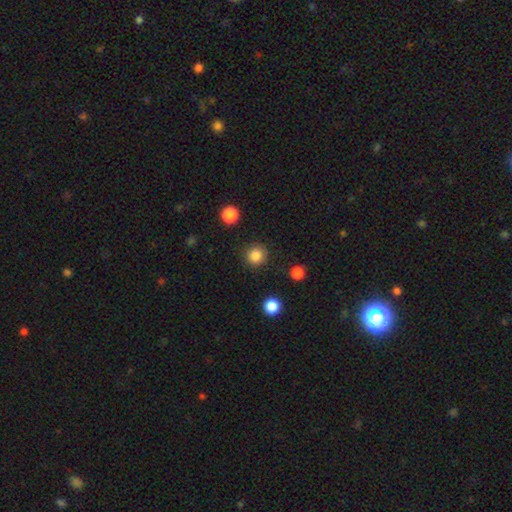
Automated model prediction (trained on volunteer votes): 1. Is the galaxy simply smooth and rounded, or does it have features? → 86% smooth, 11% star or artifact, 3% featured or disk.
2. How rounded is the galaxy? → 94% round, 5% in between, 1% cigar-shaped.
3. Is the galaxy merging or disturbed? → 89% none, 6% minor disturbance, 3% major disturbance, 2% merger.